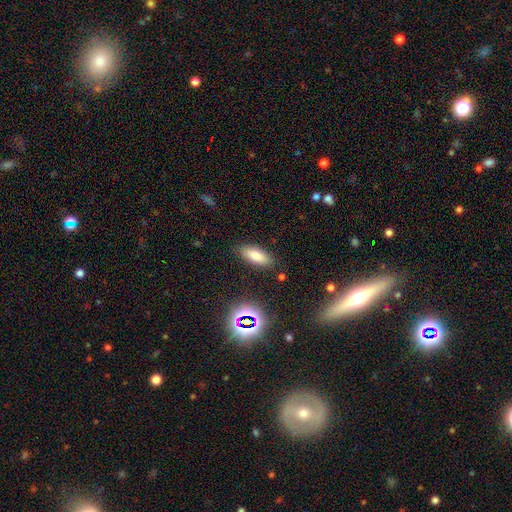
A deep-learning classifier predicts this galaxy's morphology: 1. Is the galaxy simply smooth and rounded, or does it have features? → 77% smooth, 12% star or artifact, 11% featured or disk.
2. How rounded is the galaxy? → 74% in between, 23% cigar-shaped, 3% round.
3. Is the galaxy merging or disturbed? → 86% none, 10% minor disturbance, 3% major disturbance, 2% merger.